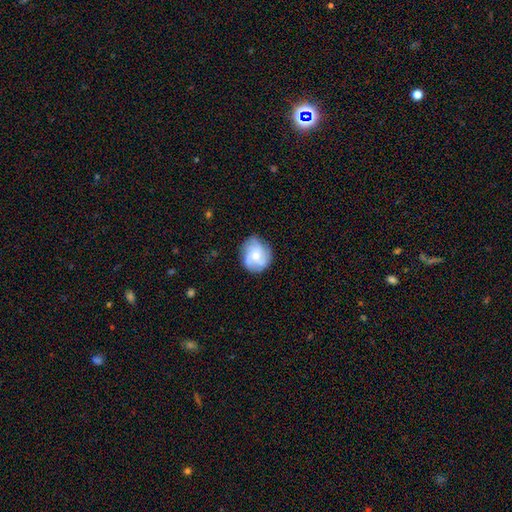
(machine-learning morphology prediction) Overall: featured or disk (52%; smooth 40%). Edge-on disk: no (98%). Bar: no (79%). Spiral arms: yes (82%). Bulge size: small (47%; moderate 45%). Merging: none (73%).